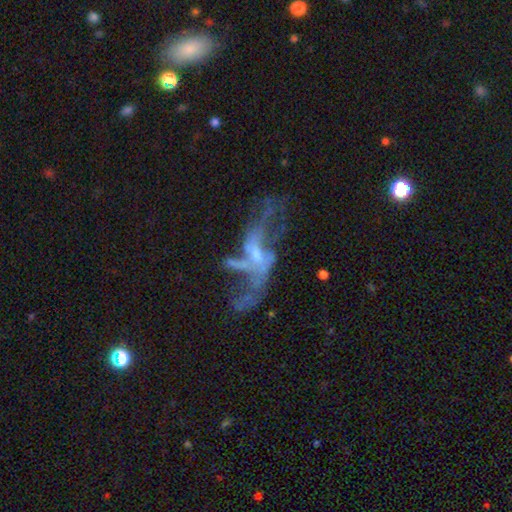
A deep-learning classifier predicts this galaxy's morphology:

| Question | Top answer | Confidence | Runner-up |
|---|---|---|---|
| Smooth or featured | featured or disk | 75% | star or artifact (13%) |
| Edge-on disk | no | 92% | yes (8%) |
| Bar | no | 59% | weak (31%) |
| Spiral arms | yes | 60% | no (40%) |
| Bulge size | small | 48% | moderate (30%) |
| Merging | major disturbance | 40% | none (27%) |